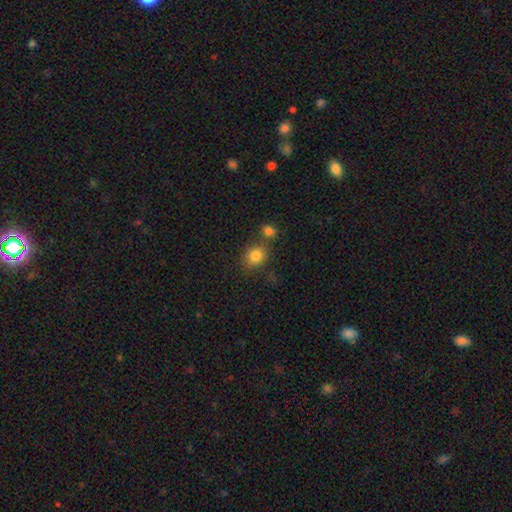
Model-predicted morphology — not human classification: Smooth or featured?
  - smooth: 82% *
  - star or artifact: 11%
  - featured or disk: 7%
How rounded?
  - round: 60% *
  - in between: 39%
  - cigar-shaped: 1%
Merging?
  - none: 61% *
  - merger: 20%
  - minor disturbance: 14%
  - major disturbance: 5%